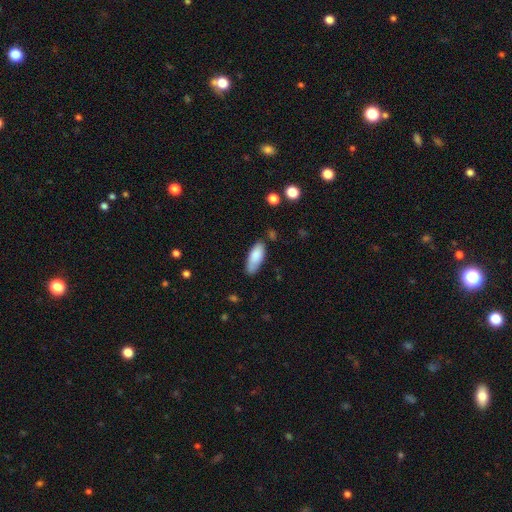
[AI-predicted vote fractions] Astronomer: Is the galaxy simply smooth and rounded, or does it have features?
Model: smooth — 84%.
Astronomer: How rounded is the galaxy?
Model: in between — 77%.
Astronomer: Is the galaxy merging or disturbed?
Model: none — 71%.